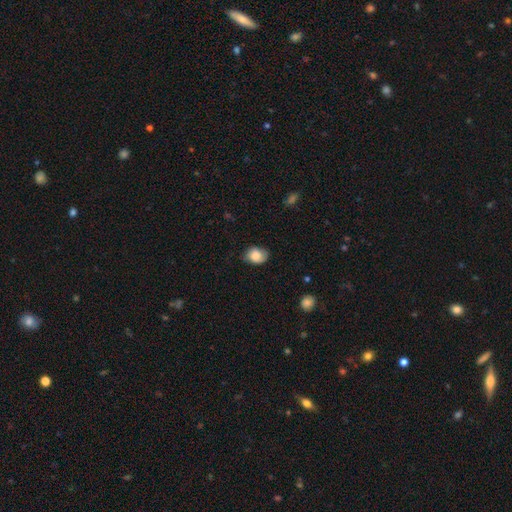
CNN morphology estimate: Smooth or featured? smooth (73%)
How rounded? in between (60%)
Merging? none (65%)